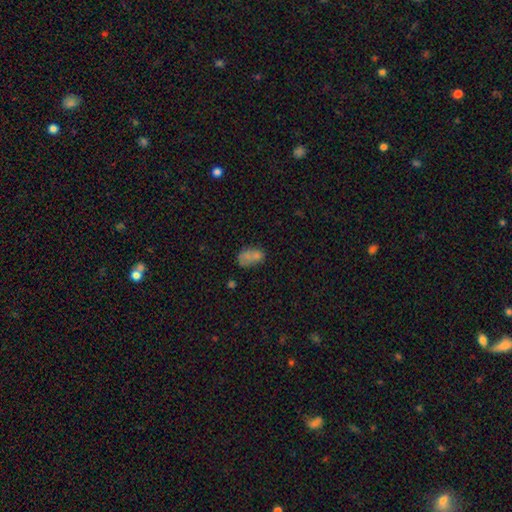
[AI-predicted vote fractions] Smooth or featured?
  - smooth: 64% *
  - featured or disk: 19%
  - star or artifact: 18%
How rounded?
  - in between: 83% *
  - round: 14%
  - cigar-shaped: 3%
Merging?
  - none: 44% *
  - minor disturbance: 22%
  - merger: 21%
  - major disturbance: 14%